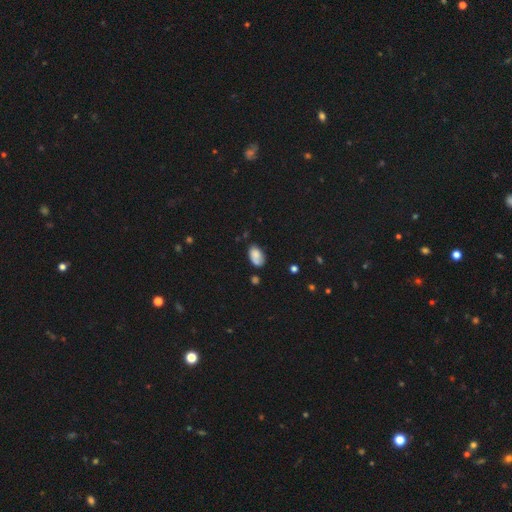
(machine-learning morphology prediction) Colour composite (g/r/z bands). It shows a smooth galaxy with no disk features (77%) that is in between round and cigar-shaped (92%). Merging: none (57%).